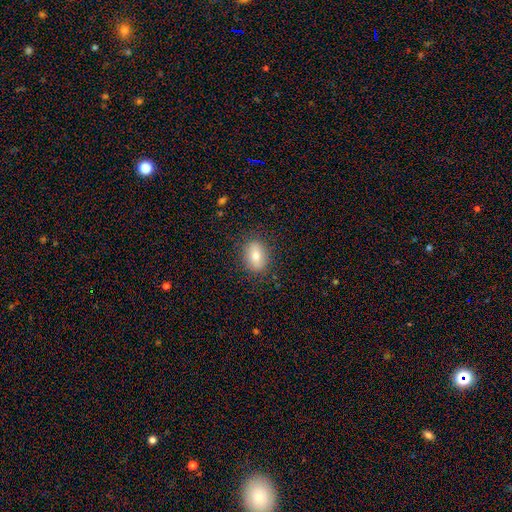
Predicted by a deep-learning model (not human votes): The model was most divided on "smooth or featured": smooth: 72%, featured or disk: 20%, star or artifact: 8%. More confident: merging — none (85%); how rounded — in between (78%).